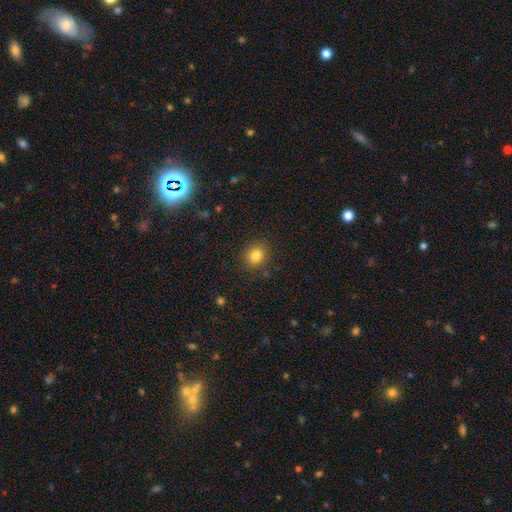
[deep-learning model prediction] Smooth or featured? smooth (83%)
How rounded? round (82%)
Merging? none (88%)